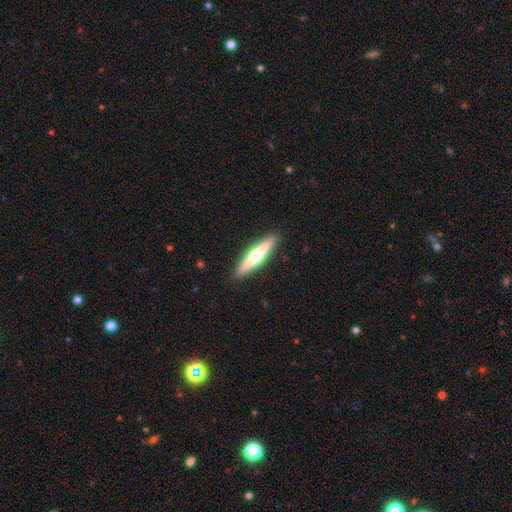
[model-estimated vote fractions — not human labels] Smooth or featured? Predicted: featured or disk (p=0.59). Edge-on disk? Predicted: yes (p=0.97). Edge-on bulge? Predicted: rounded (p=0.89). Merging? Predicted: none (p=0.91).